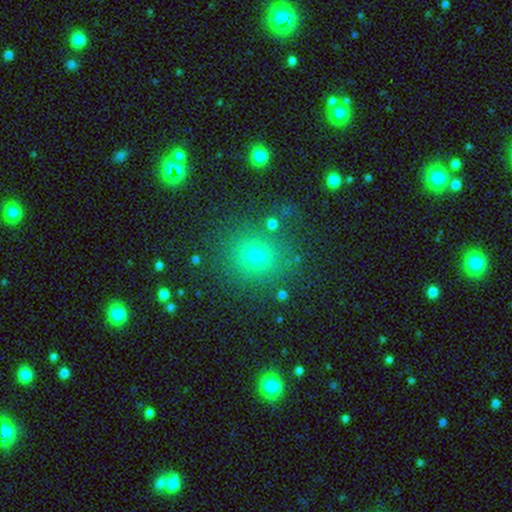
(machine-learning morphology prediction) This appears to be a smooth galaxy with no disk features (70%) that is round (87%). Merging: none (83%).